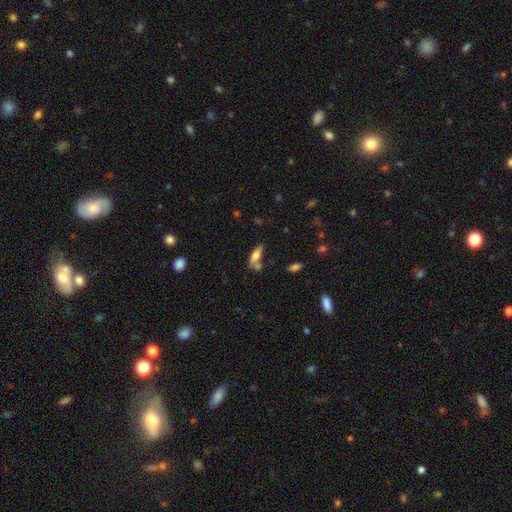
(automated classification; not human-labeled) This appears to be a smooth galaxy with no disk features (66%) that is in between round and cigar-shaped (56%). Merging: none (53%).